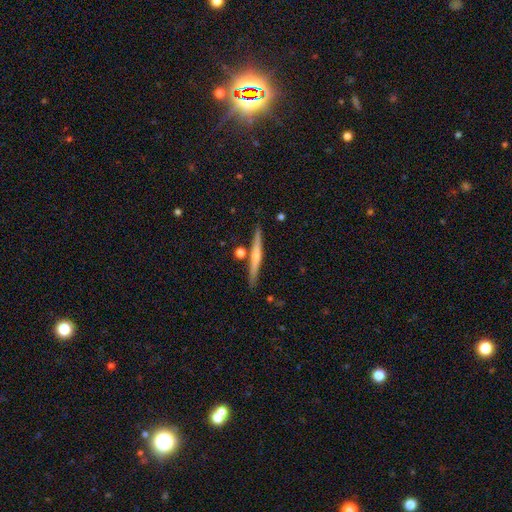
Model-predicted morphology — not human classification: Overall: featured or disk (63%; smooth 30%). Edge-on disk: yes (98%). Edge-on bulge: rounded (64%; none 28%). Merging: none (86%).